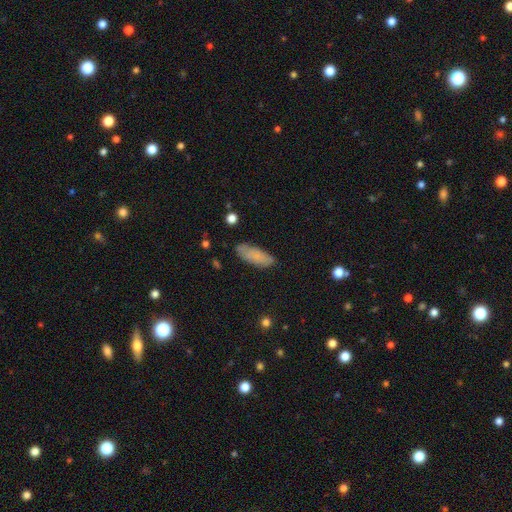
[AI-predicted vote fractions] A smooth galaxy with no disk features (79%) that is in between round and cigar-shaped (68%). Merging: none (75%).